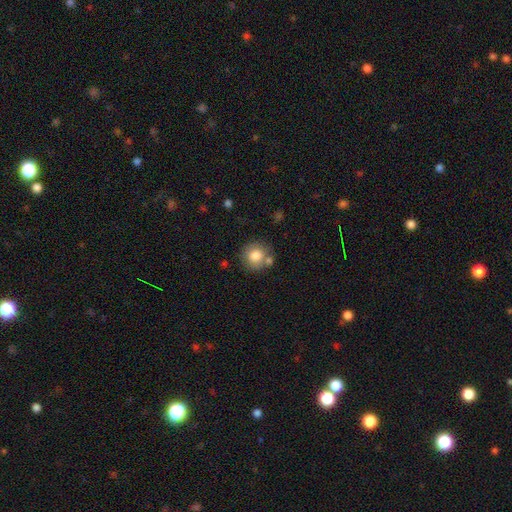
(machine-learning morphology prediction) smooth 80%, featured or disk 11%, star or artifact 8%. Down the decision tree: how rounded — round (90%); merging — none (71%).